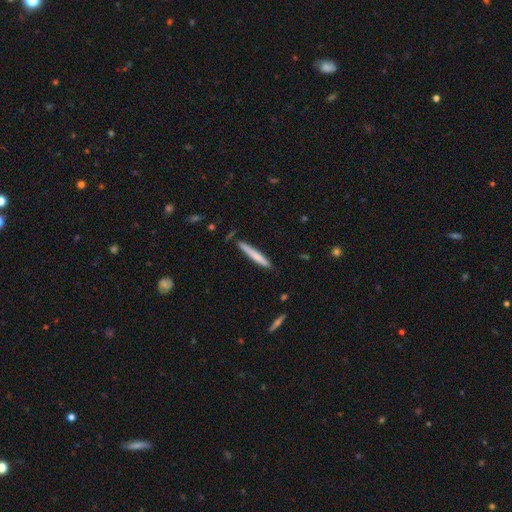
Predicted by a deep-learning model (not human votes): A smooth galaxy with no disk features (68%) that is cigar-shaped (96%).

Vote fractions:
- Smooth or featured? smooth: 68% / featured or disk: 27% / star or artifact: 5%
- How rounded? cigar-shaped: 96% / in between: 3% / round: 1%
- Merging? none: 83% / minor disturbance: 13% / merger: 2% / major disturbance: 2%